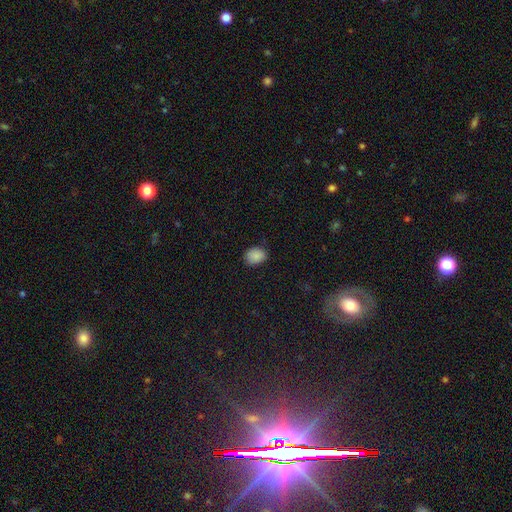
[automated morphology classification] smooth-or-featured: smooth: 88% | star or artifact: 9% | featured or disk: 4%
  how-rounded: in between: 58% | round: 41% | cigar-shaped: 1%
  merging: none: 78% | minor disturbance: 17% | major disturbance: 3% | merger: 1%